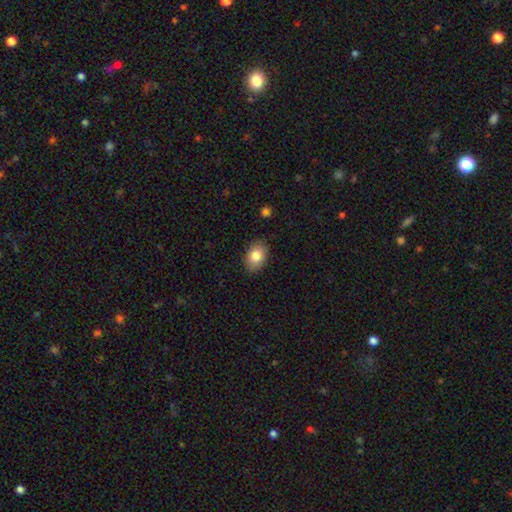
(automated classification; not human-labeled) smooth 82%, featured or disk 11%, star or artifact 8%. Down the decision tree: how rounded — in between (82%); merging — none (87%).